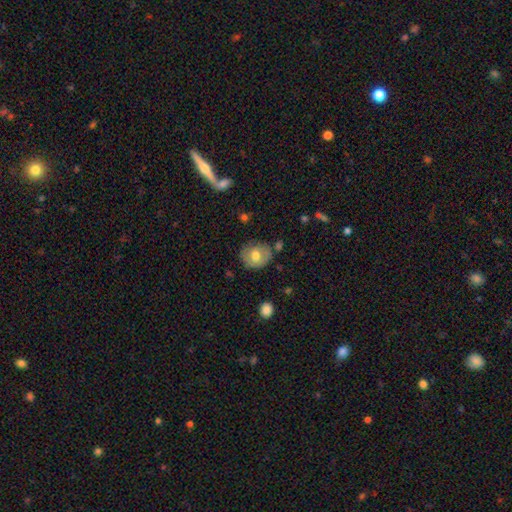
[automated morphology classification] smooth-or-featured: smooth: 66% | featured or disk: 26% | star or artifact: 8%
  how-rounded: round: 71% | in between: 28% | cigar-shaped: 1%
  merging: none: 73% | minor disturbance: 18% | major disturbance: 5% | merger: 4%